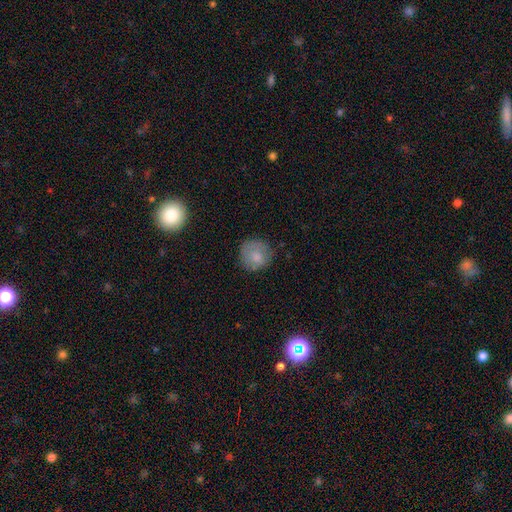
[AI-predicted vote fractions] smooth_or_featured: smooth (p=0.78) [alt: featured or disk p=0.14]
how_rounded: round (p=0.89) [alt: in between p=0.10]
merging: none (p=0.75) [alt: minor disturbance p=0.18]